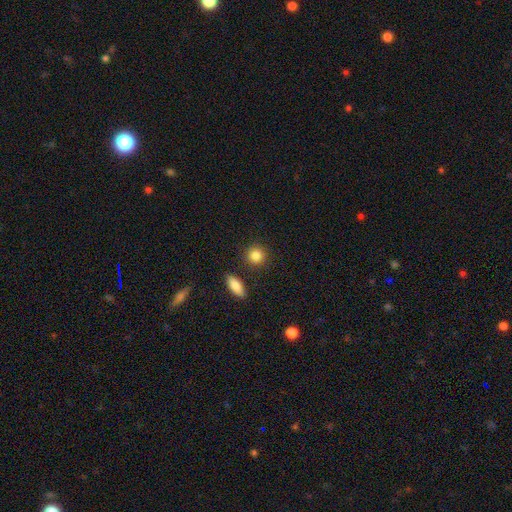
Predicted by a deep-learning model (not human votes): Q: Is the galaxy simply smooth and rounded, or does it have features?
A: smooth — 87%.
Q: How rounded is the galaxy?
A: round — 86%.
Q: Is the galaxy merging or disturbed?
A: none — 87%.